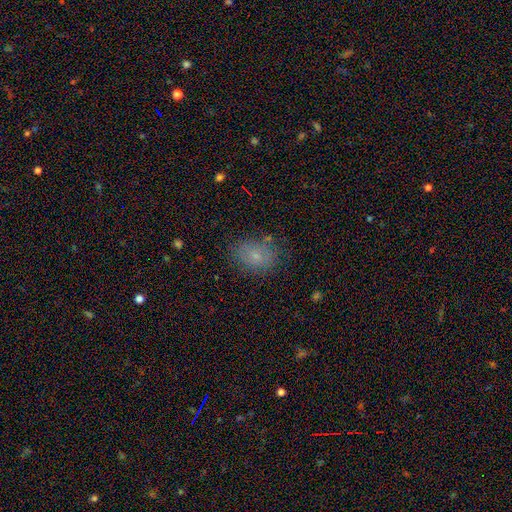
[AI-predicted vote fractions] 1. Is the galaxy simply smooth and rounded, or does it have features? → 72% smooth, 15% featured or disk, 12% star or artifact.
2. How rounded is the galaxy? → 69% in between, 29% round, 1% cigar-shaped.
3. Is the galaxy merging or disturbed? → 74% none, 17% minor disturbance, 6% major disturbance, 3% merger.